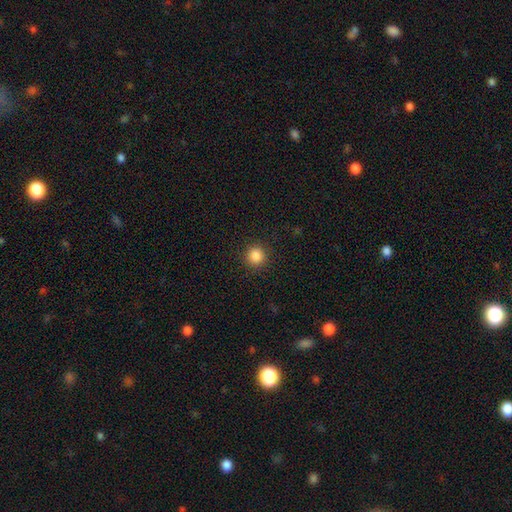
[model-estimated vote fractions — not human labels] A smooth galaxy with no disk features (86%) that is round (94%).

Vote fractions:
- Smooth or featured? smooth: 86% / star or artifact: 10% / featured or disk: 3%
- How rounded? round: 94% / in between: 5% / cigar-shaped: 1%
- Merging? none: 92% / minor disturbance: 5% / major disturbance: 2% / merger: 1%